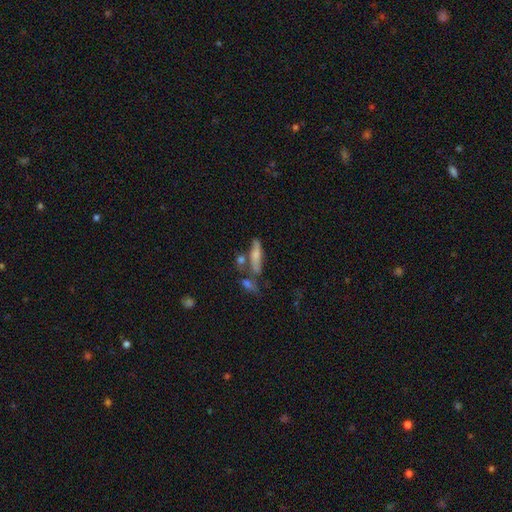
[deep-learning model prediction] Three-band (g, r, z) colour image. It shows a smooth galaxy with no disk features (61%) that is cigar-shaped (64%). Merging: none (49%).